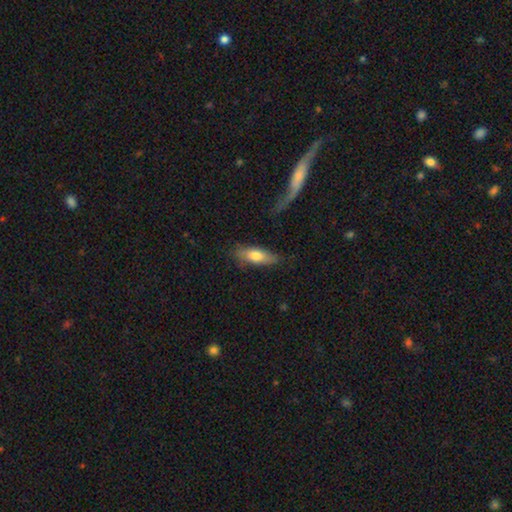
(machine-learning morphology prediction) Q: Smooth or featured?
A: smooth (69%); runner-up: featured or disk (25%)
Q: How rounded?
A: in between (64%); runner-up: cigar-shaped (33%)
Q: Merging?
A: none (67%); runner-up: minor disturbance (22%)